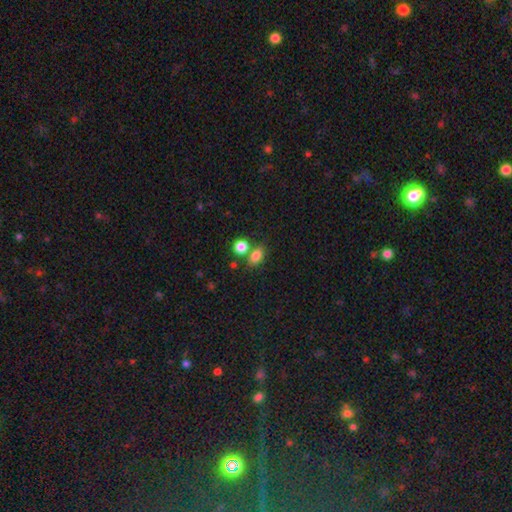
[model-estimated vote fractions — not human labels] Smooth or featured: smooth — 81% (star or artifact — 12%)
How rounded: in between — 72% (round — 26%)
Merging: none — 57% (merger — 26%)